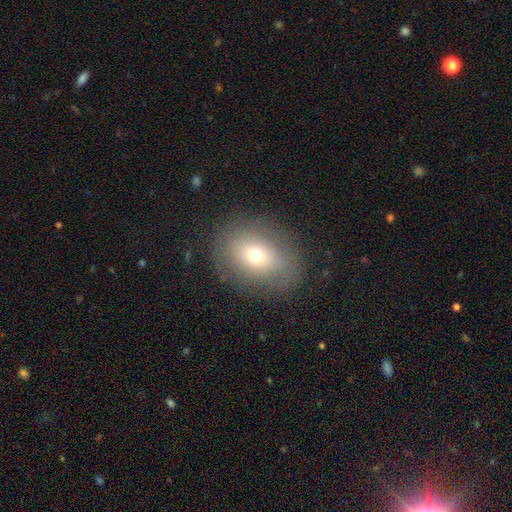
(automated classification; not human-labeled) A smooth galaxy with no disk features (65%) that is in between round and cigar-shaped (51%). Merging: none (81%).